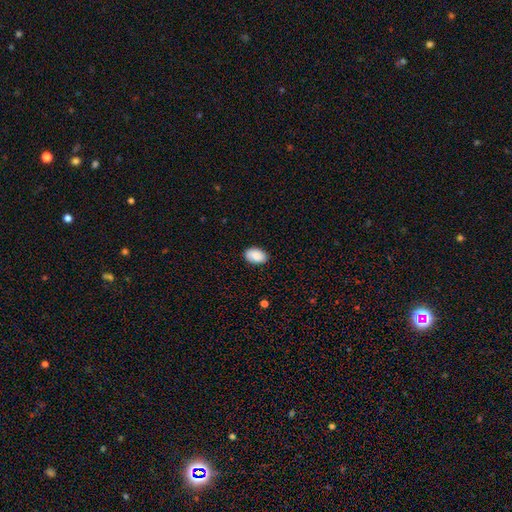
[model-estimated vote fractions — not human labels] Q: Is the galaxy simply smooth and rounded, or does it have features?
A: smooth — 87%.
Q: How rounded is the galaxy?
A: in between — 92%.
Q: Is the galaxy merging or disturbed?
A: none — 87%.